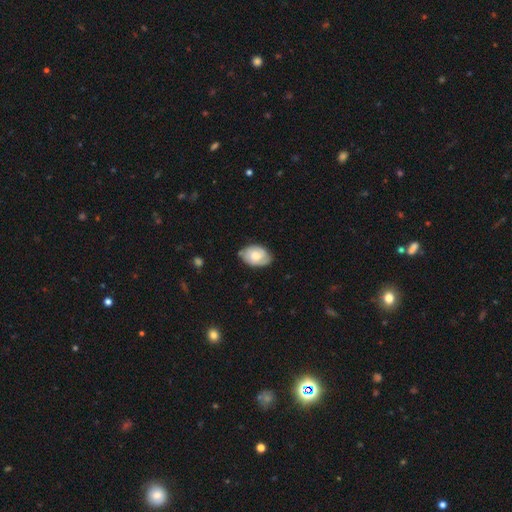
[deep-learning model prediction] Smooth or featured? smooth (56%)
How rounded? in between (84%)
Merging? none (71%)